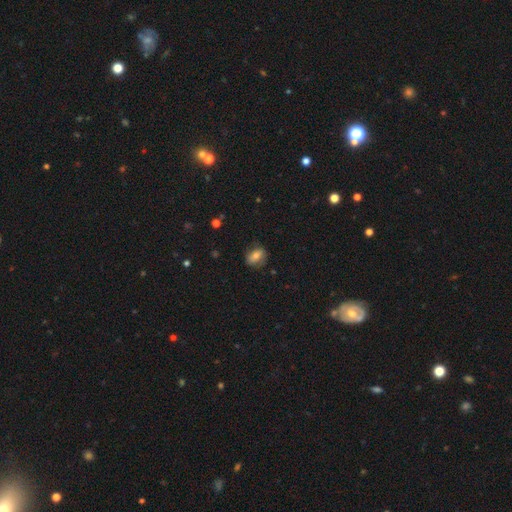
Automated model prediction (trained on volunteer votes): Q: Smooth or featured?
A: smooth (63%); runner-up: featured or disk (27%)
Q: How rounded?
A: in between (66%); runner-up: round (32%)
Q: Merging?
A: none (73%); runner-up: minor disturbance (19%)